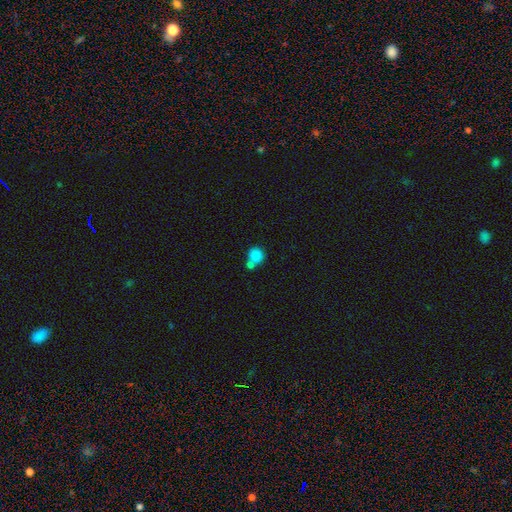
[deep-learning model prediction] smooth_or_featured: smooth (p=0.85) [alt: star or artifact p=0.10]
how_rounded: round (p=0.85) [alt: in between p=0.14]
merging: none (p=0.53) [alt: merger p=0.34]